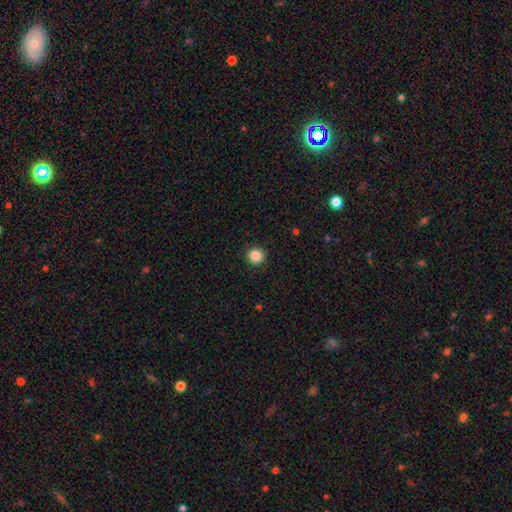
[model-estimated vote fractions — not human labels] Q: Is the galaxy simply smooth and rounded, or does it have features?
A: smooth — 87%.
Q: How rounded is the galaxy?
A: round — 95%.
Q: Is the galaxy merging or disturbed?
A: none — 91%.